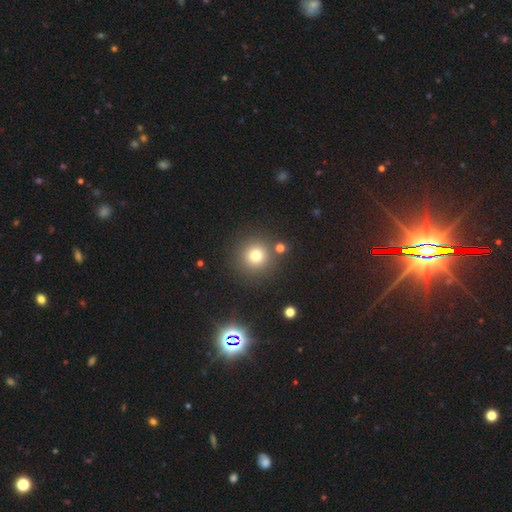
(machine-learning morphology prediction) smooth-or-featured: smooth: 75% | star or artifact: 16% | featured or disk: 8%
  how-rounded: round: 95% | in between: 4% | cigar-shaped: 1%
  merging: none: 85% | minor disturbance: 6% | merger: 6% | major disturbance: 3%